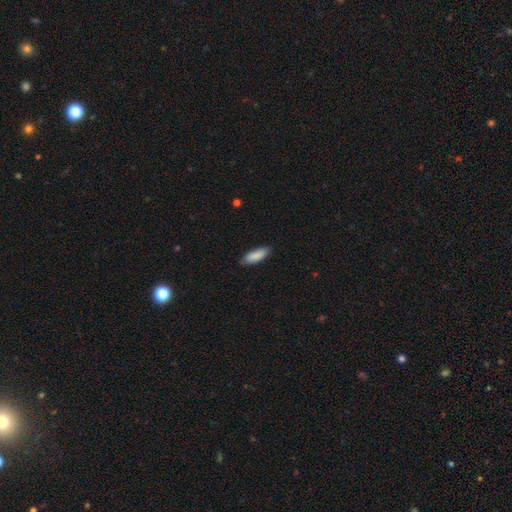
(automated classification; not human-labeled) Smooth or featured? Predicted: smooth (p=0.89). How rounded? Predicted: in between (p=0.63). Merging? Predicted: none (p=0.86).